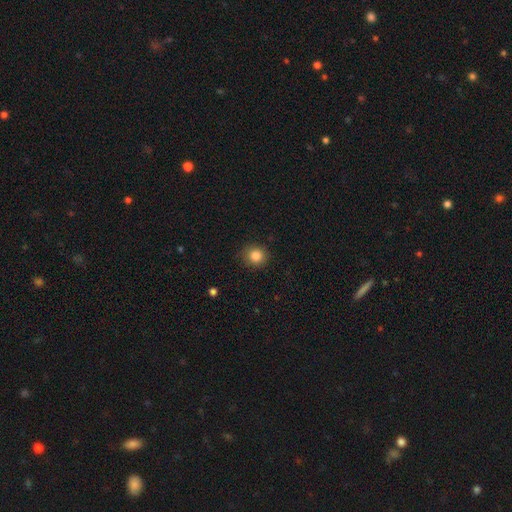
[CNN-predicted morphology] The model was most divided on "smooth or featured": smooth: 84%, star or artifact: 11%, featured or disk: 6%. More confident: how rounded — round (88%); merging — none (88%).